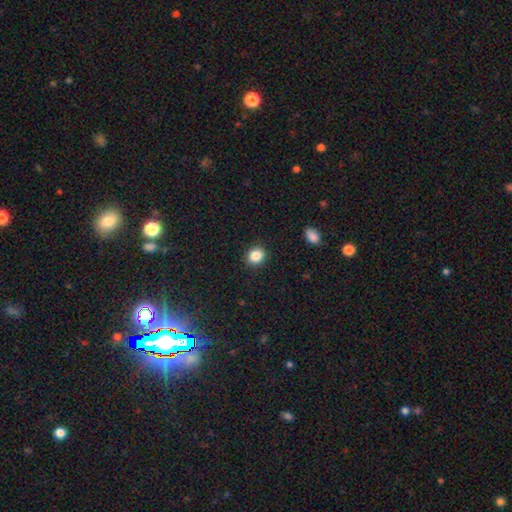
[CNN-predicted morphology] Smooth or featured: smooth — 86% (star or artifact — 10%)
How rounded: round — 71% (in between — 29%)
Merging: none — 90% (minor disturbance — 7%)